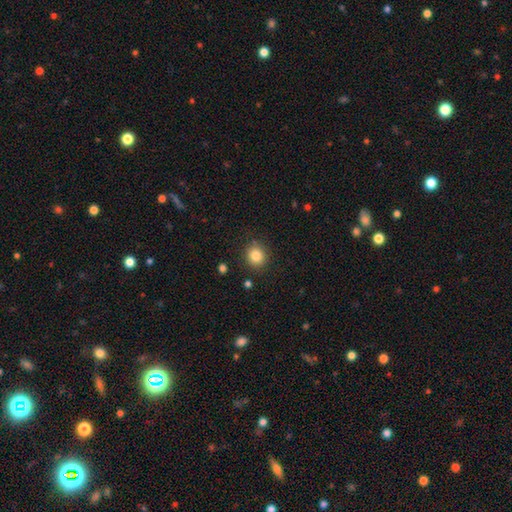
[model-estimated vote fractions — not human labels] smooth_or_featured: smooth (p=0.84) [alt: star or artifact p=0.10]
how_rounded: round (p=0.86) [alt: in between p=0.13]
merging: none (p=0.88) [alt: minor disturbance p=0.08]